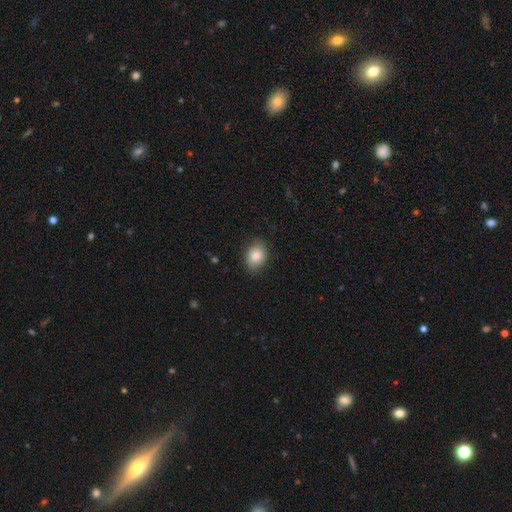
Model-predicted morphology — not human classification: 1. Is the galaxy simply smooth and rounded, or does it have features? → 84% smooth, 8% featured or disk, 8% star or artifact.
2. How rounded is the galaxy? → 65% in between, 34% round, 1% cigar-shaped.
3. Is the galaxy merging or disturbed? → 86% none, 11% minor disturbance, 2% major disturbance, 1% merger.